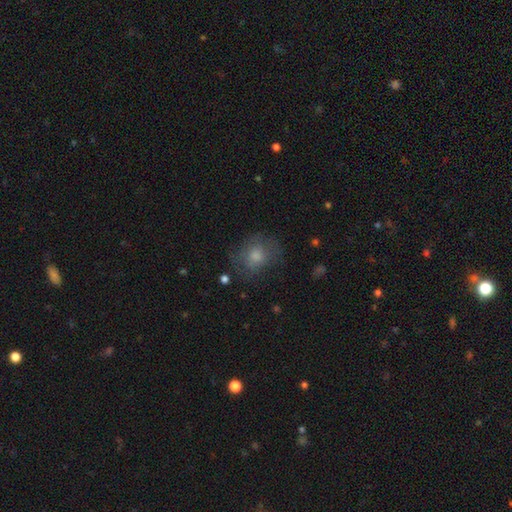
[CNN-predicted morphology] Overall: smooth (61%; featured or disk 23%). How rounded: round (66%; in between 32%). Merging: none (69%).